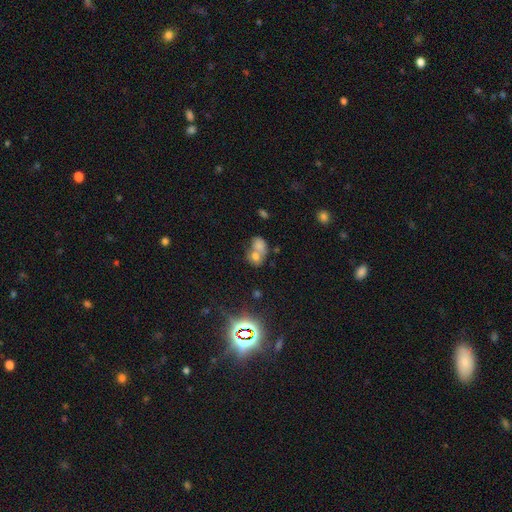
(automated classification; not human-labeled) This appears to be a smooth galaxy with no disk features (47%). Merging: merger (63%).